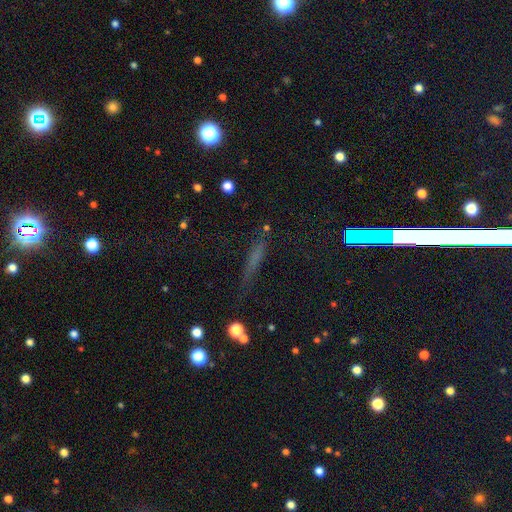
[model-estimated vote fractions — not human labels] Smooth or featured? smooth (38%)
Merging? none (73%)